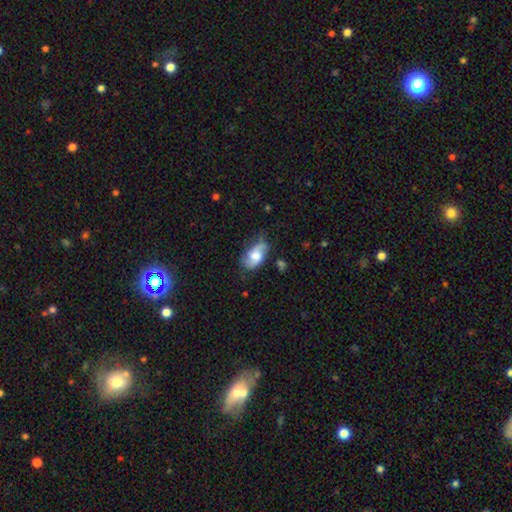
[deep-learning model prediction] This appears to be a smooth galaxy with no disk features (50%) that is in between round and cigar-shaped (90%). Merging: none (54%).